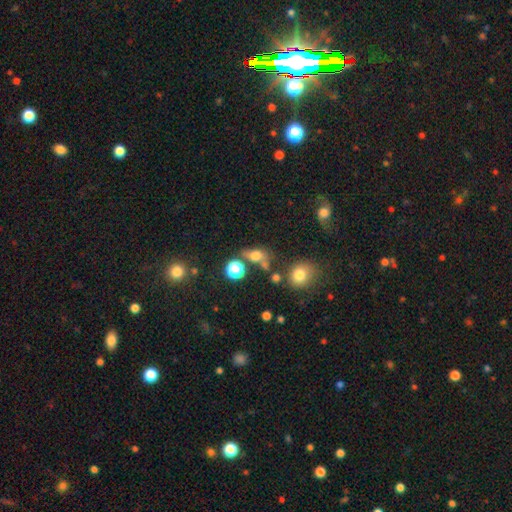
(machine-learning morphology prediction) smooth_or_featured: smooth (p=0.64) [alt: star or artifact p=0.19]
how_rounded: in between (p=0.54) [alt: round p=0.41]
merging: none (p=0.48) [alt: merger p=0.21]